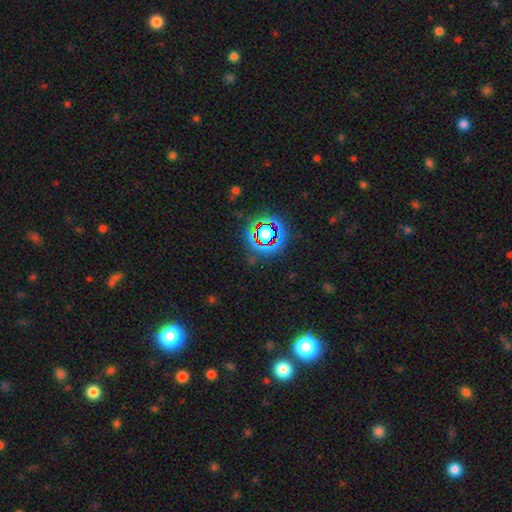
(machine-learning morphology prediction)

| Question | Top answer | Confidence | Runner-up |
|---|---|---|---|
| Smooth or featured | star or artifact | 76% | smooth (15%) |